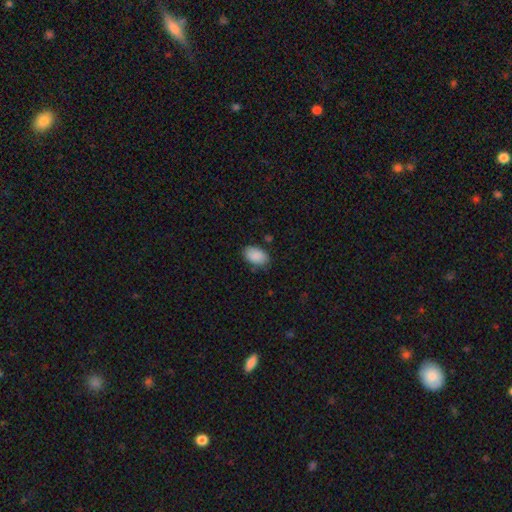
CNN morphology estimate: Smooth or featured?
  - smooth: 90% *
  - star or artifact: 7%
  - featured or disk: 4%
How rounded?
  - in between: 91% *
  - round: 7%
  - cigar-shaped: 1%
Merging?
  - none: 80% *
  - minor disturbance: 15%
  - major disturbance: 3%
  - merger: 2%